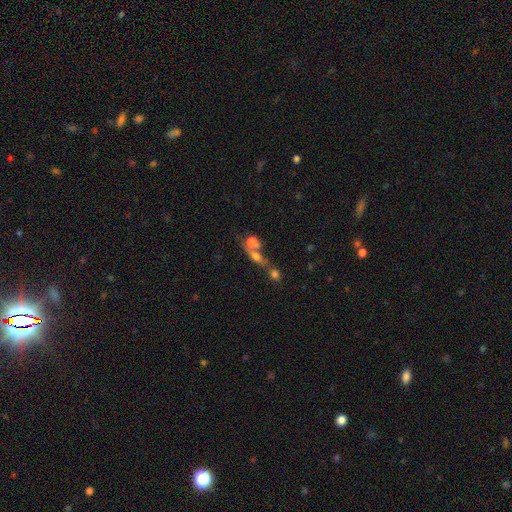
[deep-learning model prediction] A smooth galaxy with no disk features (54%) that is round (41%).

Vote fractions:
- Smooth or featured? smooth: 54% / featured or disk: 29% / star or artifact: 17%
- How rounded? round: 41% / in between: 39% / cigar-shaped: 19%
- Merging? merger: 54% / none: 30% / minor disturbance: 9% / major disturbance: 8%